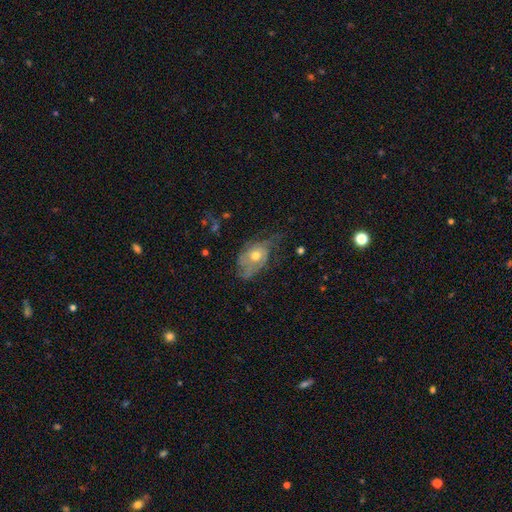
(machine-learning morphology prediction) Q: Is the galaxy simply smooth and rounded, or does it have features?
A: featured or disk — 58%.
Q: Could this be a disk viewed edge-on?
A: no — 94%.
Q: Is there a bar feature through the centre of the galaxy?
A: no — 85%.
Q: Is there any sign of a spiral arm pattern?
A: yes — 66%.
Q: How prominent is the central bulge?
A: moderate — 69%.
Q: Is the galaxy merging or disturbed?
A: none — 39%.